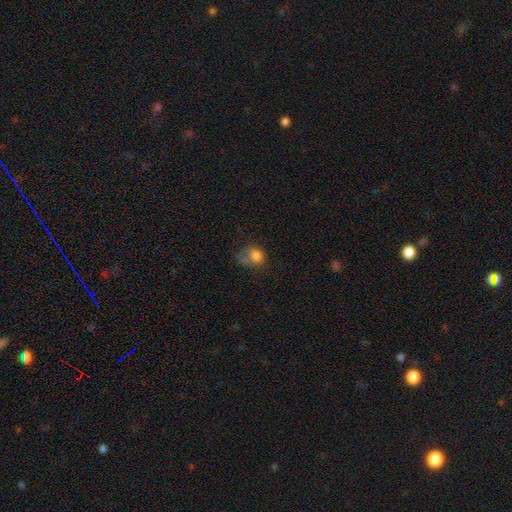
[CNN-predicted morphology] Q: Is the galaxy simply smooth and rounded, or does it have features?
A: smooth — 75%.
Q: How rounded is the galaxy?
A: round — 54%.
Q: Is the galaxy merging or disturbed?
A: major disturbance — 33%.